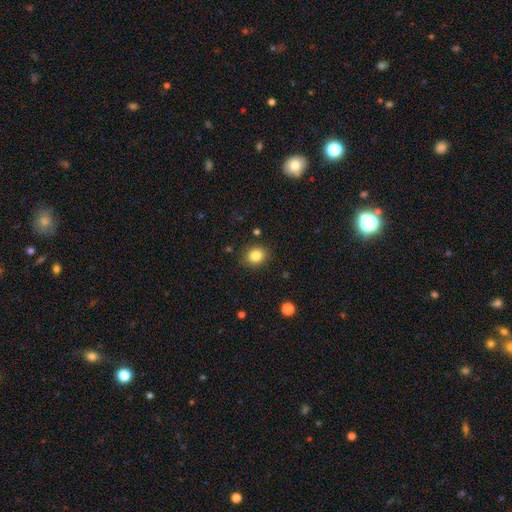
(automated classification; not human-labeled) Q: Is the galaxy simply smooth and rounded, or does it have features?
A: smooth — 84%.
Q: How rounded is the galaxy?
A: round — 67%.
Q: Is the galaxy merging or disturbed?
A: none — 87%.